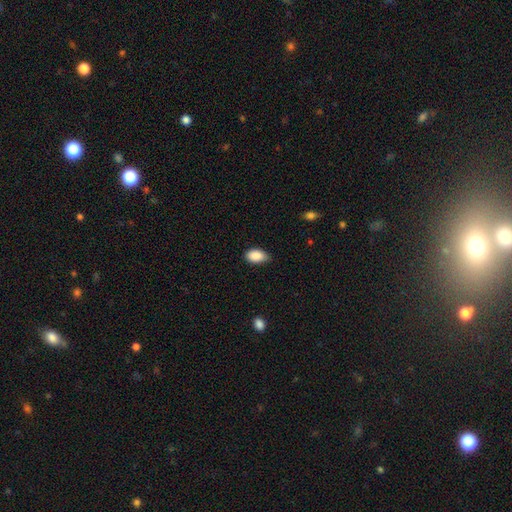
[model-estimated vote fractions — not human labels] This appears to be a smooth galaxy with no disk features (89%) that is in between round and cigar-shaped (92%). Merging: none (69%).